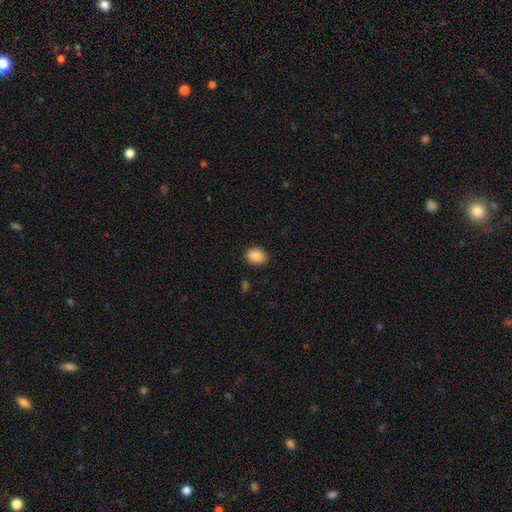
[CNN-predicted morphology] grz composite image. It shows a smooth galaxy with no disk features (89%) that is in between round and cigar-shaped (68%). Merging: none (88%).